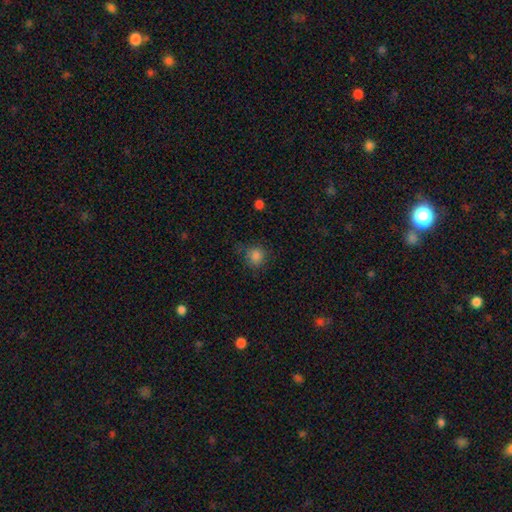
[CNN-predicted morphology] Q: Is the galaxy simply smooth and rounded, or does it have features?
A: smooth — 83%.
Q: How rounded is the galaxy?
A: round — 87%.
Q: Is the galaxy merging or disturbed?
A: none — 74%.